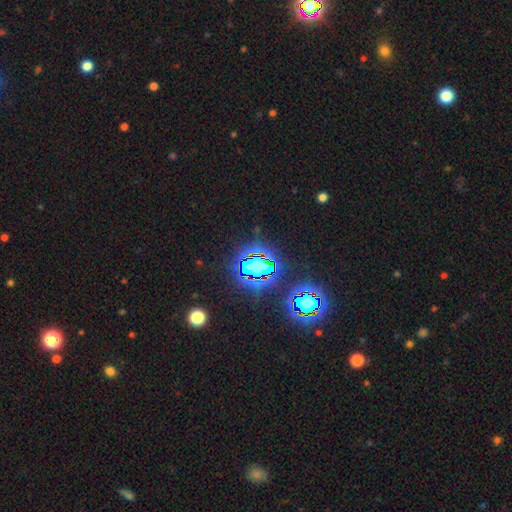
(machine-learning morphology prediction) The model was most divided on "smooth or featured": star or artifact: 82%, smooth: 11%, featured or disk: 7%.